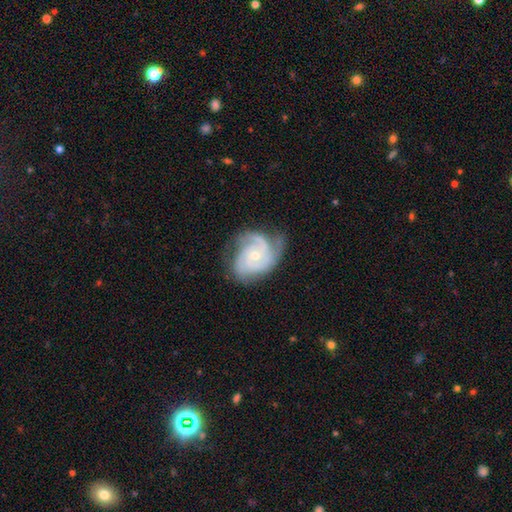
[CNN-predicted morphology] Q: Smooth or featured?
A: featured or disk (90%); runner-up: smooth (6%)
Q: Edge-on disk?
A: no (98%); runner-up: yes (2%)
Q: Bar?
A: no (73%); runner-up: weak (23%)
Q: Spiral arms?
A: yes (98%); runner-up: no (2%)
Q: Spiral winding?
A: tight (60%); runner-up: medium (35%)
Q: Spiral arm count?
A: 3 (58%); runner-up: 2 (21%)
Q: Bulge size?
A: small (55%); runner-up: moderate (43%)
Q: Merging?
A: none (67%); runner-up: minor disturbance (23%)